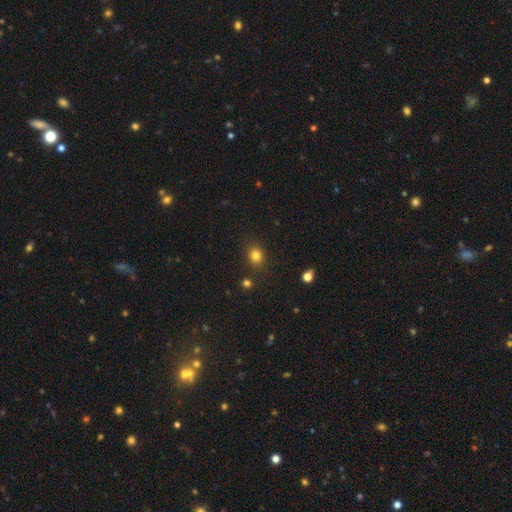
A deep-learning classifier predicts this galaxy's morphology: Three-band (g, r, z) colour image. It shows a smooth galaxy with no disk features (80%) that is round (68%). Merging: none (84%).